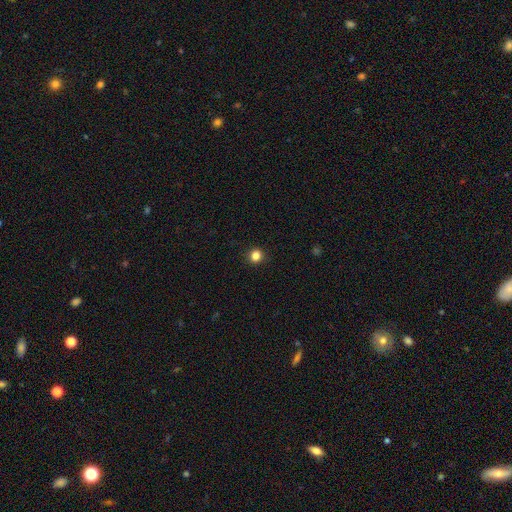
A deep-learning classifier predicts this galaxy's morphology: type=smooth (84%); roundness=round (89%); merging=none (92%).